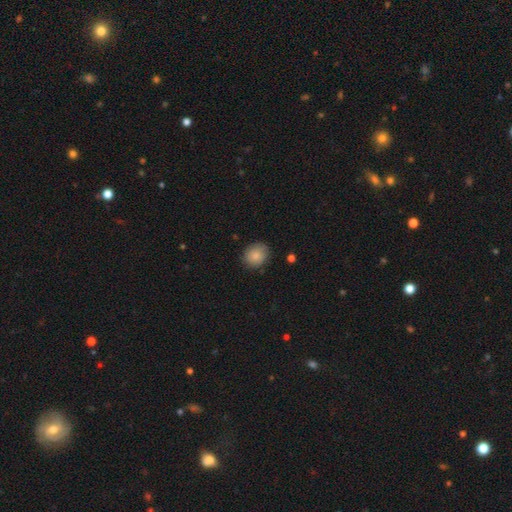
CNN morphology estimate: Smooth or featured? Predicted: smooth (p=0.86). How rounded? Predicted: round (p=0.67). Merging? Predicted: none (p=0.84).